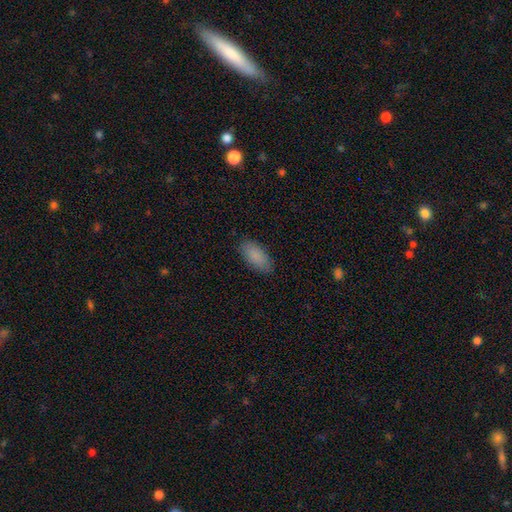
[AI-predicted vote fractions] smooth-or-featured: smooth: 88% | star or artifact: 6% | featured or disk: 6%
  how-rounded: in between: 91% | cigar-shaped: 7% | round: 2%
  merging: none: 86% | minor disturbance: 11% | major disturbance: 2% | merger: 1%